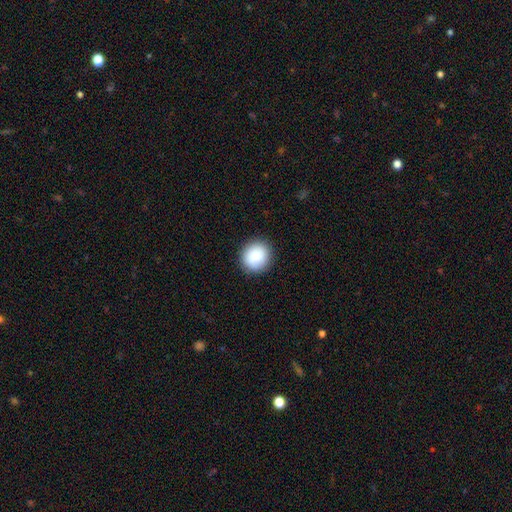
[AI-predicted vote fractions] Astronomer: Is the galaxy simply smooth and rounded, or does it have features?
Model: smooth — 86%.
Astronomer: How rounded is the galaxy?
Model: round — 87%.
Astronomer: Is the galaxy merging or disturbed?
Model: none — 91%.